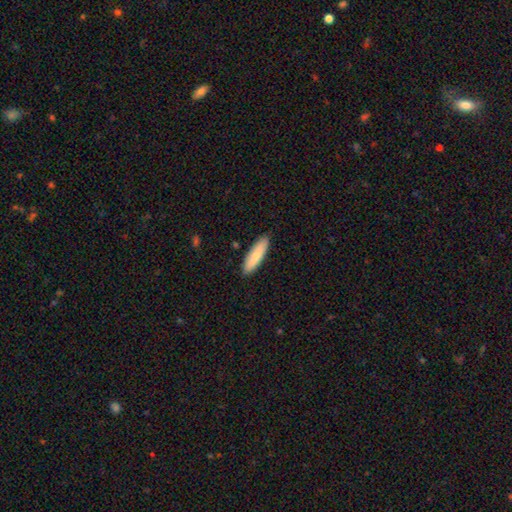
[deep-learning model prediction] Smooth or featured: smooth — 81% (featured or disk — 13%)
How rounded: cigar-shaped — 61% (in between — 37%)
Merging: none — 89% (minor disturbance — 8%)